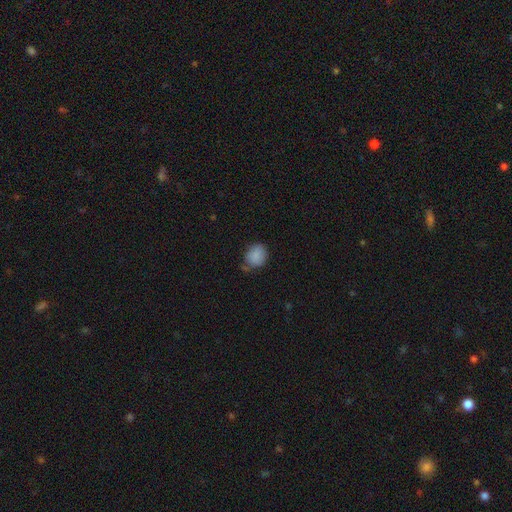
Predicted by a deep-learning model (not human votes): The model was most divided on "merging": none: 65%, minor disturbance: 24%, merger: 6%, major disturbance: 5%. More confident: smooth or featured — smooth (87%); how rounded — round (72%).